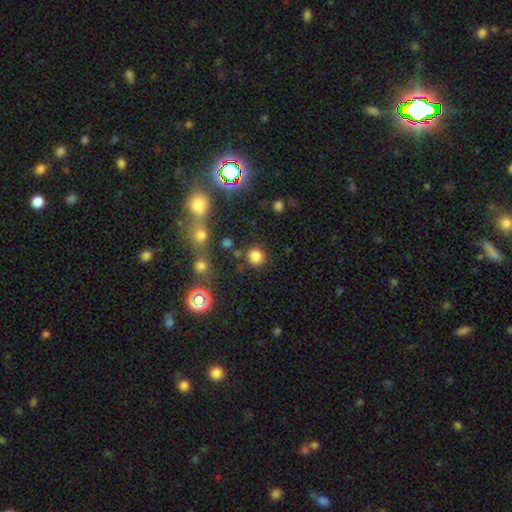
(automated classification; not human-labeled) smooth_or_featured: smooth (p=0.79) [alt: star or artifact p=0.16]
how_rounded: round (p=0.90) [alt: in between p=0.09]
merging: none (p=0.81) [alt: minor disturbance p=0.09]